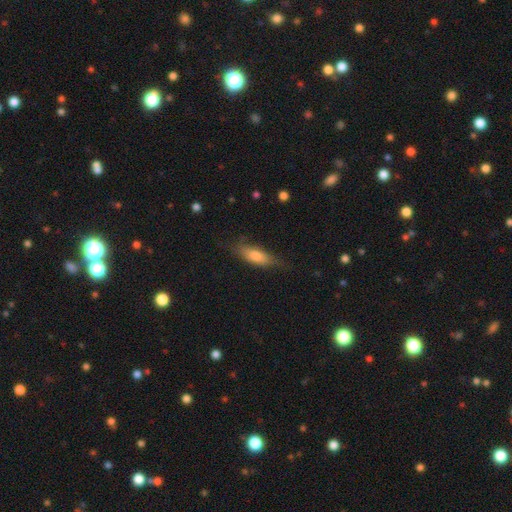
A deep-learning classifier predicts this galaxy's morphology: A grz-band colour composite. It shows a smooth galaxy with no disk features (67%) that is in between round and cigar-shaped (52%). Merging: none (70%).